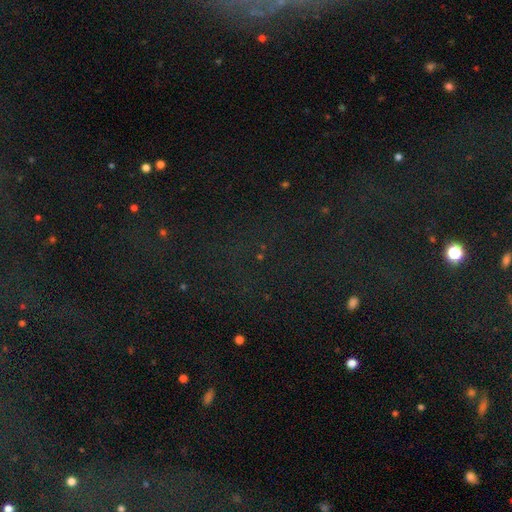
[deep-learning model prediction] Smooth or featured? Predicted: star or artifact (p=0.66).